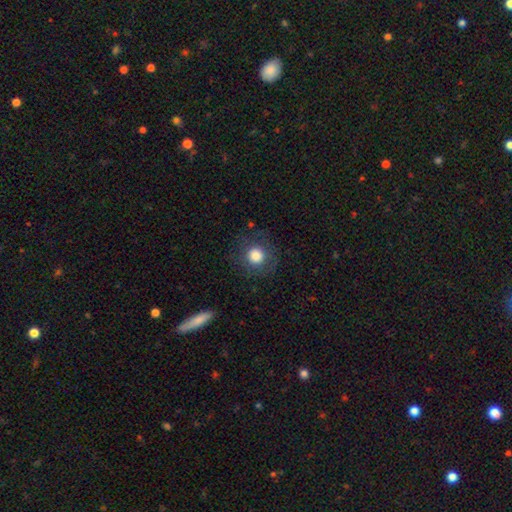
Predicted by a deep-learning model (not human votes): Overall: smooth (81%). How rounded: round (93%). Merging: none (83%).